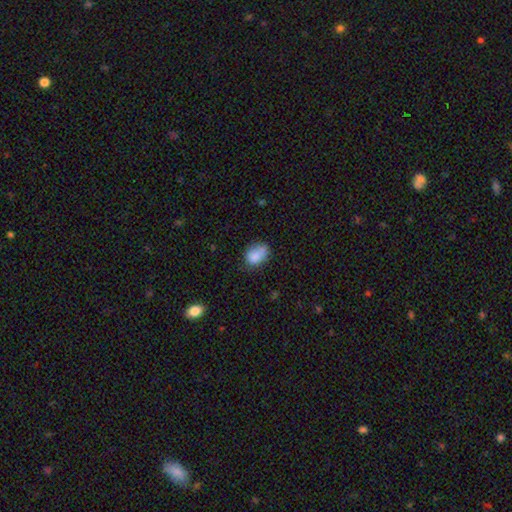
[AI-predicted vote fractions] Morphology: type=smooth (83%); roundness=in between (77%); merging=none (53%).